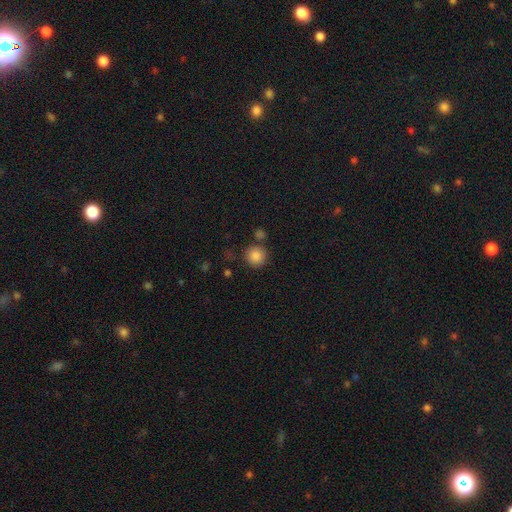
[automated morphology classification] Smooth or featured: smooth — 86% (star or artifact — 10%)
How rounded: round — 94% (in between — 6%)
Merging: none — 80% (minor disturbance — 9%)